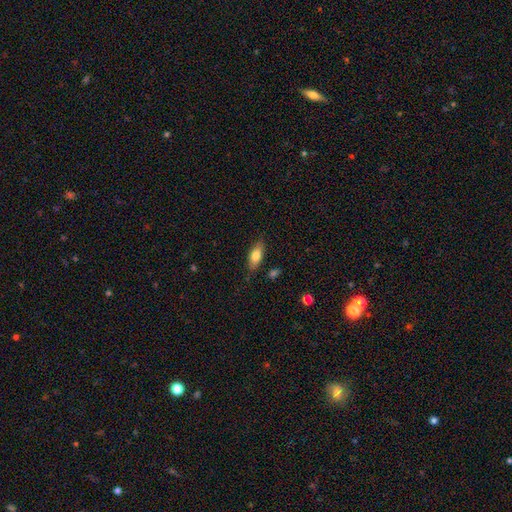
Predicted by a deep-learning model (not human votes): Smooth or featured? Predicted: smooth (p=0.77). How rounded? Predicted: in between (p=0.81). Merging? Predicted: none (p=0.81).